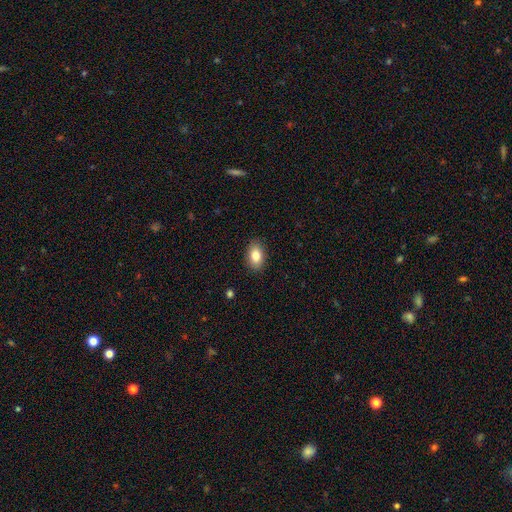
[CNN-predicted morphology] type=smooth (83%); roundness=in between (88%); merging=none (89%).